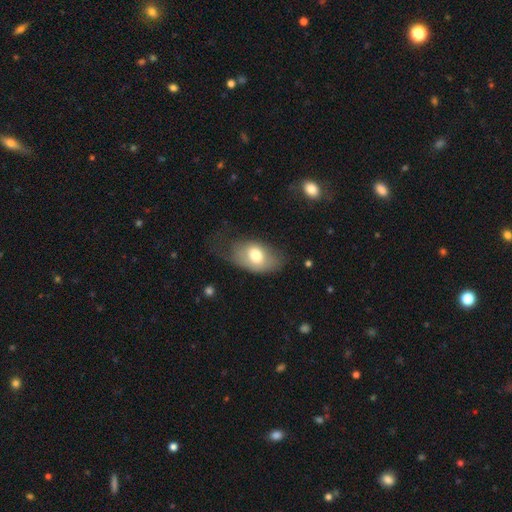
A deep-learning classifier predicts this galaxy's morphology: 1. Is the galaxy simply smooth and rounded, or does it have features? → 69% smooth, 23% featured or disk, 7% star or artifact.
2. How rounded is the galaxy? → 88% in between, 11% round, 2% cigar-shaped.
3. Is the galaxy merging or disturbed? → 41% none, 30% minor disturbance, 27% major disturbance, 2% merger.